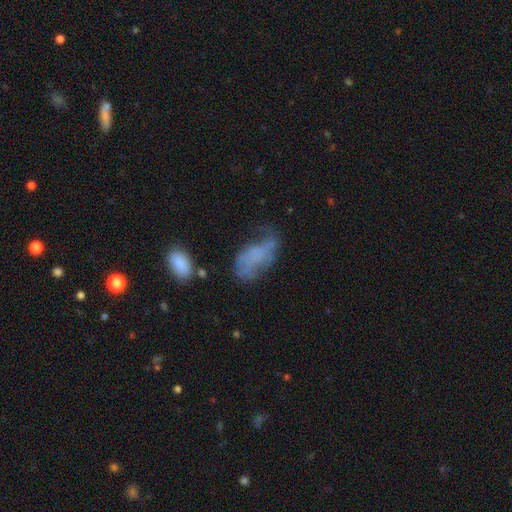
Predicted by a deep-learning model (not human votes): This is possibly a smooth galaxy (48%). Merging: marginally none (35%).